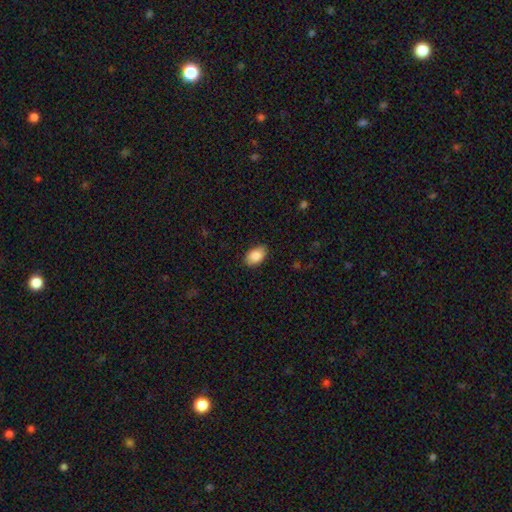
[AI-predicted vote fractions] Smooth or featured? Predicted: smooth (p=0.90). How rounded? Predicted: in between (p=0.91). Merging? Predicted: none (p=0.85).